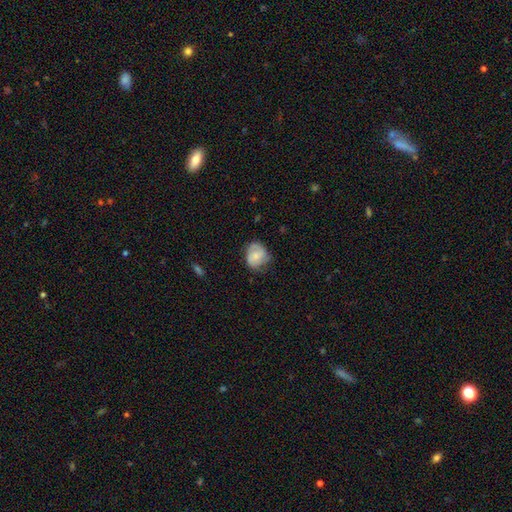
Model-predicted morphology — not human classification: smooth 62%, featured or disk 30%, star or artifact 7%. Down the decision tree: how rounded — round (64%); merging — none (59%).